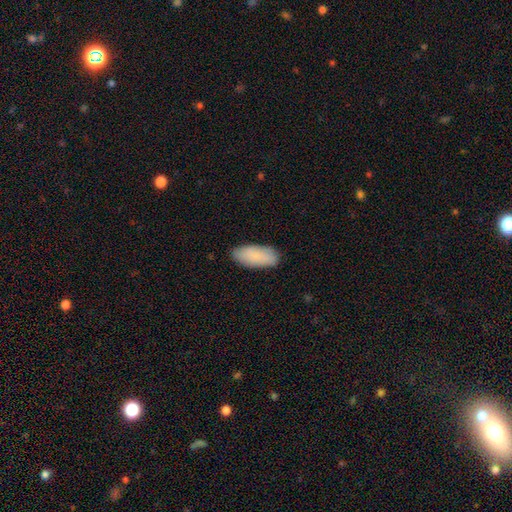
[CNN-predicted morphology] The model was most divided on "how rounded": in between: 84%, cigar-shaped: 14%, round: 2%. More confident: smooth or featured — smooth (88%); merging — none (86%).